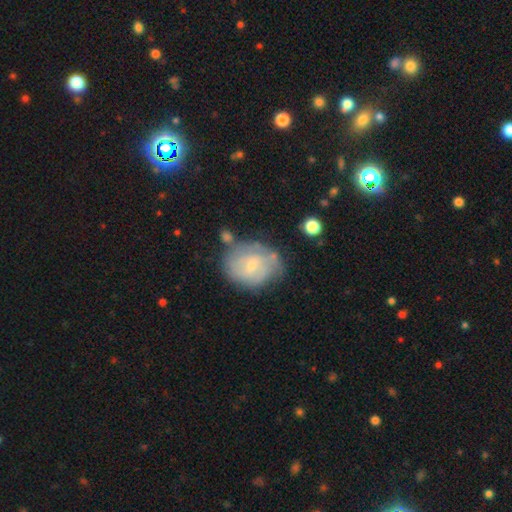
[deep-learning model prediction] A featured or disk galaxy (53%) with a weak bar (48%), spiral arms (68%) and a small central bulge (70%). Merging: none (54%).